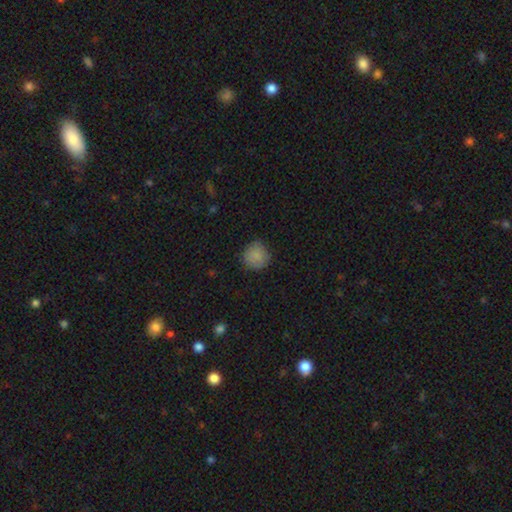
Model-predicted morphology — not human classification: Smooth or featured? smooth (85%)
How rounded? round (92%)
Merging? none (82%)